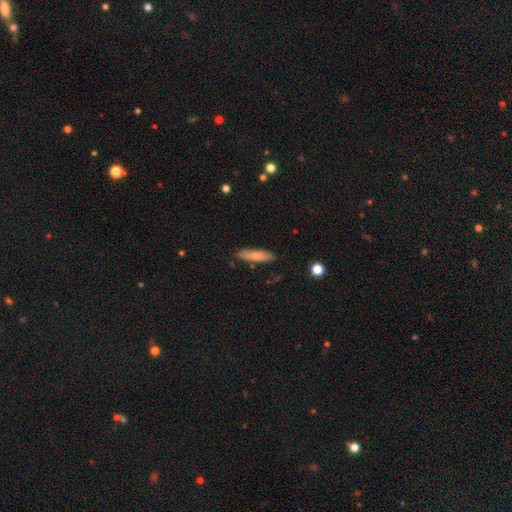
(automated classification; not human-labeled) Morphology: type=smooth (74%); roundness=cigar-shaped (73%); merging=none (84%).